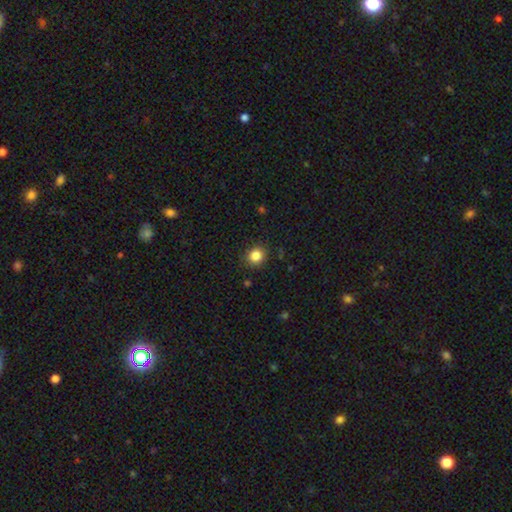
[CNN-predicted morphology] type=smooth (84%); roundness=round (84%); merging=none (87%).